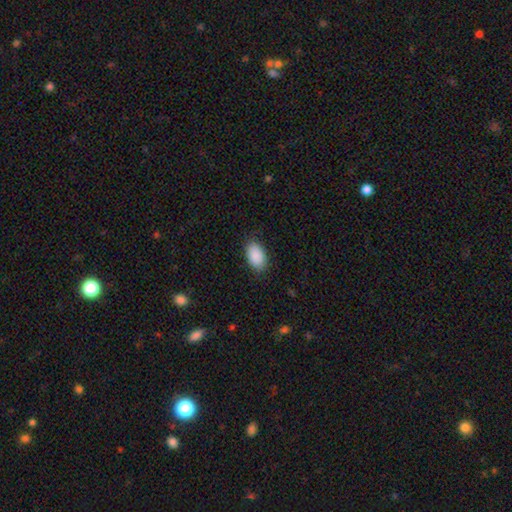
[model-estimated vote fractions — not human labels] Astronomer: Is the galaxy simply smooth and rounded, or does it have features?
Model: smooth — 91%.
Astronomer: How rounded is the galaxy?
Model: in between — 92%.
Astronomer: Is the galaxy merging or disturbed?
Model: none — 86%.